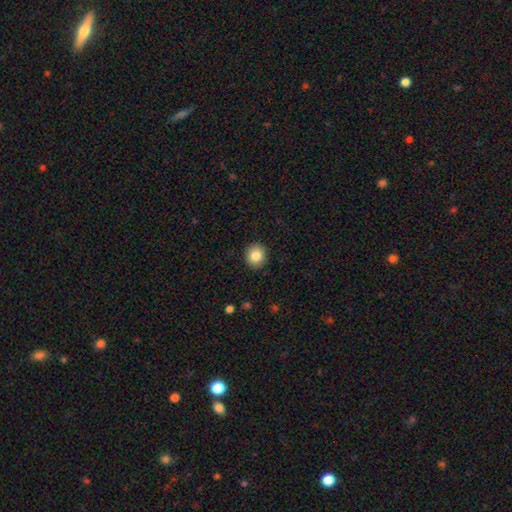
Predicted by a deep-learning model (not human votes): Smooth or featured? Predicted: smooth (p=0.85). How rounded? Predicted: round (p=0.79). Merging? Predicted: none (p=0.91).